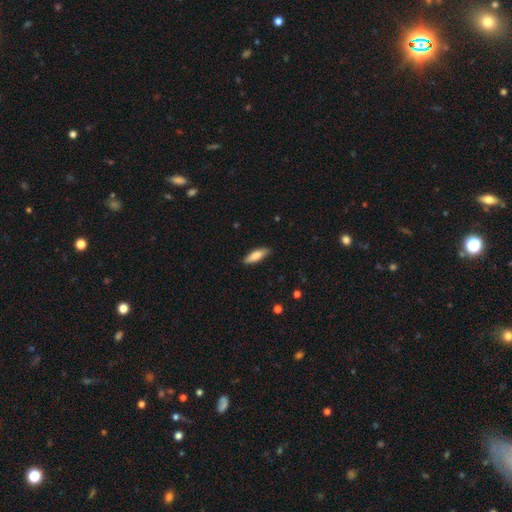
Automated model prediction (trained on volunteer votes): This is likely a smooth galaxy (78%). How rounded: possibly in between (52%). Merging: clearly none (85%).